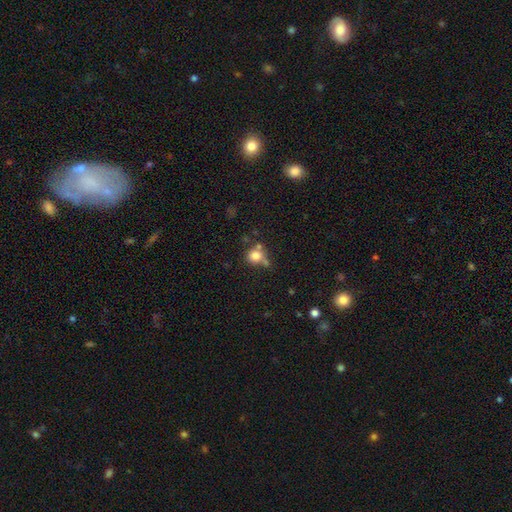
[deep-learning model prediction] Smooth or featured? smooth (78%)
How rounded? round (82%)
Merging? none (52%)